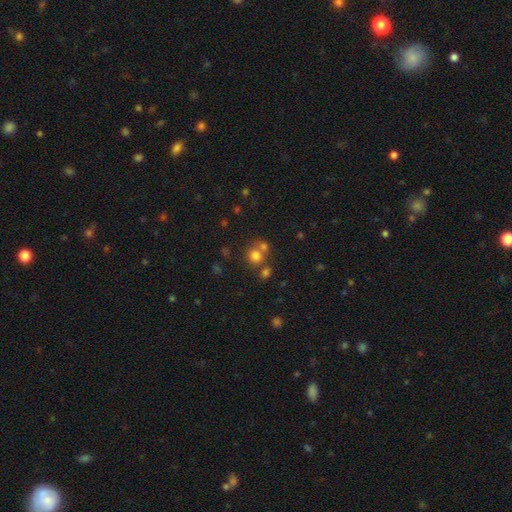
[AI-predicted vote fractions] Smooth or featured? Predicted: smooth (p=0.73). How rounded? Predicted: round (p=0.84). Merging? Predicted: none (p=0.52).